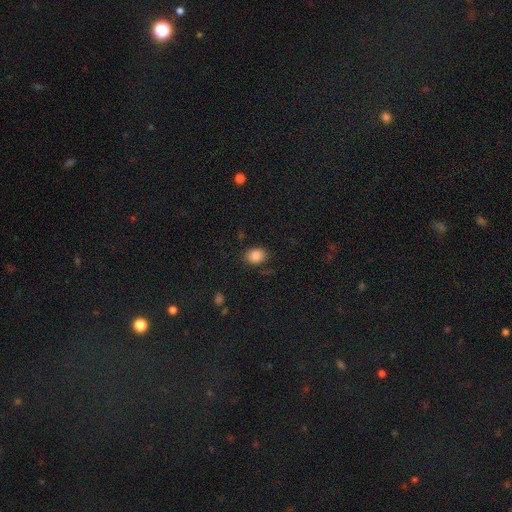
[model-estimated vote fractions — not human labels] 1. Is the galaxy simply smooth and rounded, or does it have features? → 86% smooth, 9% star or artifact, 5% featured or disk.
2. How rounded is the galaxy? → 60% in between, 39% round, 1% cigar-shaped.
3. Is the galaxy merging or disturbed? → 80% none, 14% minor disturbance, 4% major disturbance, 2% merger.